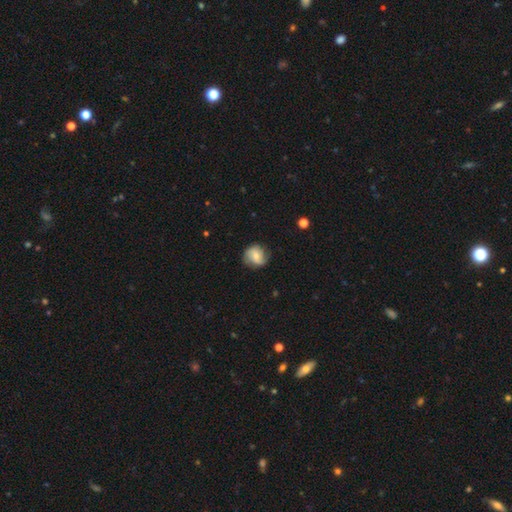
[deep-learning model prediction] Smooth or featured? Predicted: featured or disk (p=0.49). Merging? Predicted: none (p=0.77).